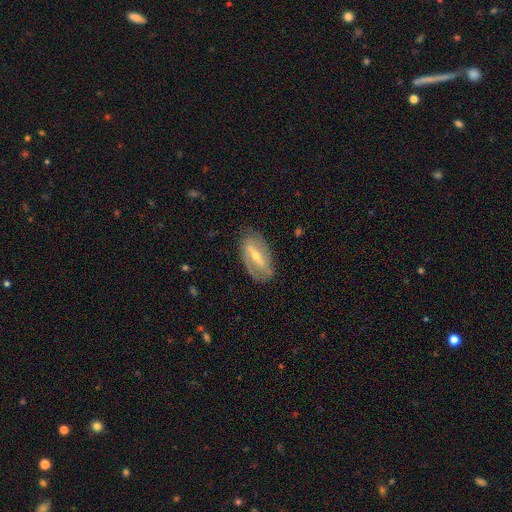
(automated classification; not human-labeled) Smooth or featured: featured or disk — 78% (smooth — 17%)
Edge-on disk: no — 90% (yes — 10%)
Bar: strong — 63% (weak — 27%)
Spiral arms: yes — 78% (no — 22%)
Spiral winding: medium — 40% (tight — 37%)
Spiral arm count: 2 — 75% (can't tell — 14%)
Bulge size: small — 51% (moderate — 44%)
Merging: none — 76% (minor disturbance — 16%)